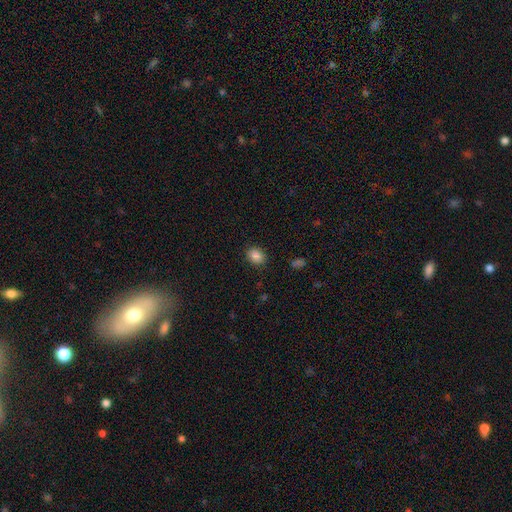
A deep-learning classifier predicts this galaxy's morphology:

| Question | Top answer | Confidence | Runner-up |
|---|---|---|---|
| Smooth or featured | smooth | 87% | star or artifact (9%) |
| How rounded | in between | 62% | round (37%) |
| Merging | none | 88% | minor disturbance (8%) |